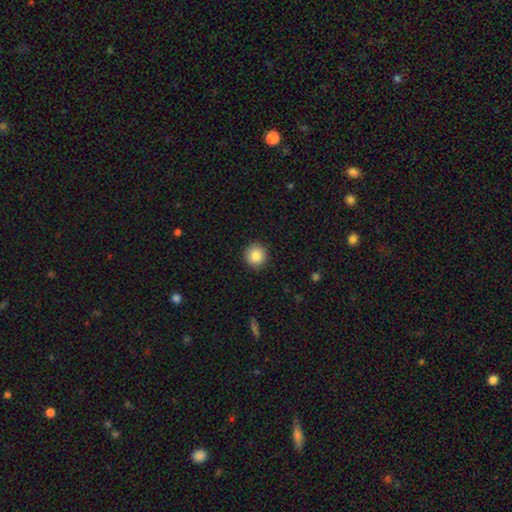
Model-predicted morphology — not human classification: Smooth or featured? Predicted: smooth (p=0.86). How rounded? Predicted: round (p=0.94). Merging? Predicted: none (p=0.91).